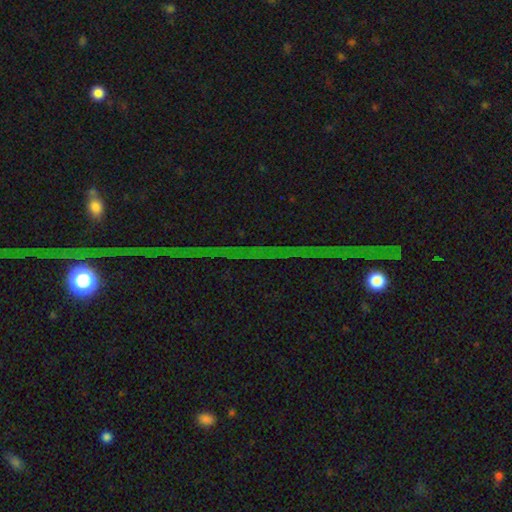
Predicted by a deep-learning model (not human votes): A star or artifact, not a galaxy (77%).